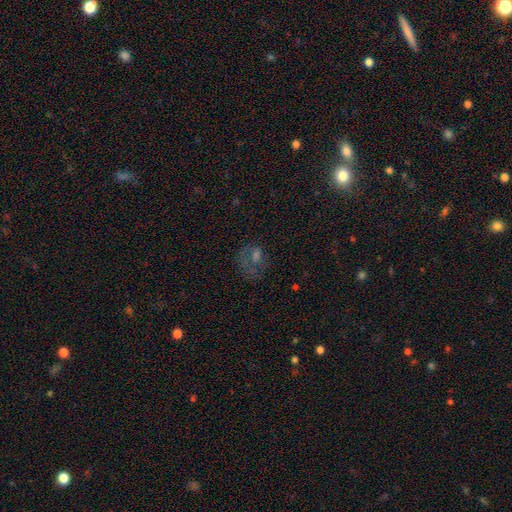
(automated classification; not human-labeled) A smooth galaxy with no disk features (37%). Merging: none (44%).